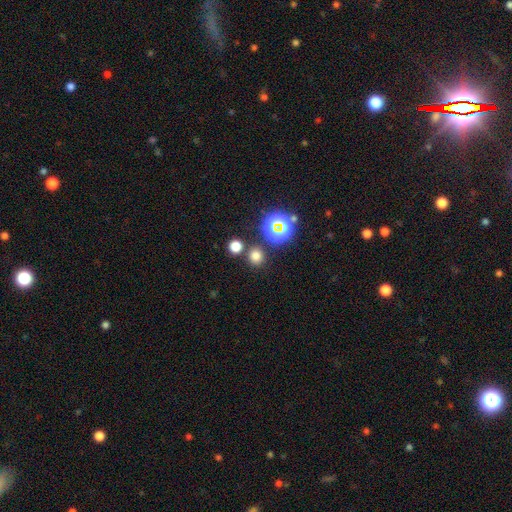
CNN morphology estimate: smooth_or_featured: smooth (p=0.70) [alt: star or artifact p=0.24]
how_rounded: round (p=0.90) [alt: in between p=0.09]
merging: none (p=0.82) [alt: merger p=0.09]